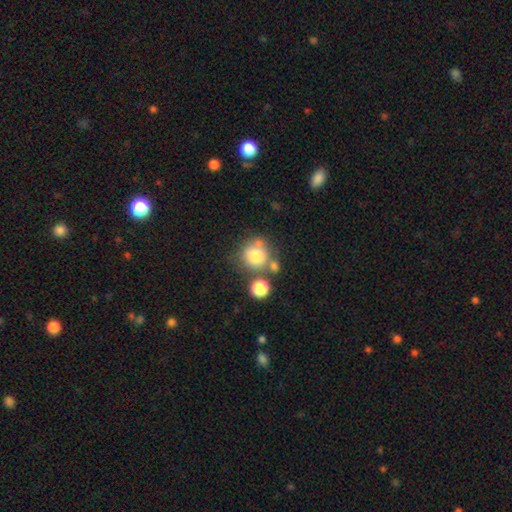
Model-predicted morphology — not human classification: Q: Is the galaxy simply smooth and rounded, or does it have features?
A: smooth — 75%.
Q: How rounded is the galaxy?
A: round — 89%.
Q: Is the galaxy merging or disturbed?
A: none — 57%.